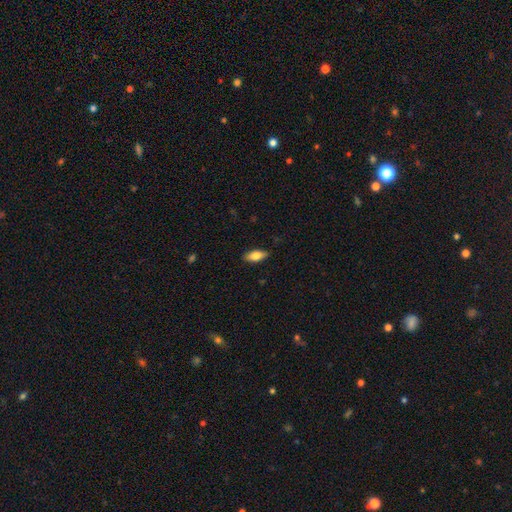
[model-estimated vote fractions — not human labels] Smooth or featured?
  - smooth: 78% *
  - featured or disk: 16%
  - star or artifact: 6%
How rounded?
  - in between: 82% *
  - cigar-shaped: 15%
  - round: 2%
Merging?
  - none: 87% *
  - minor disturbance: 10%
  - major disturbance: 2%
  - merger: 1%